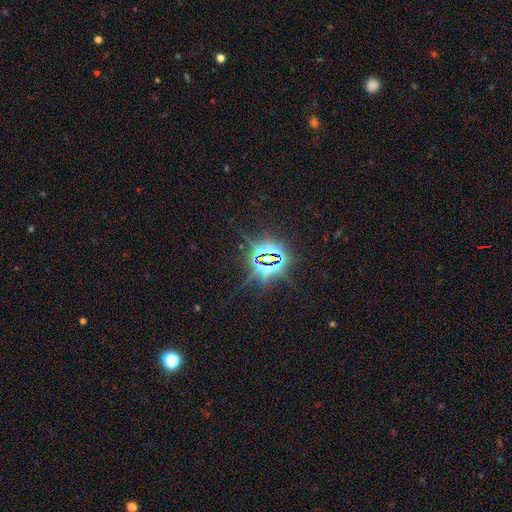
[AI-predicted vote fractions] smooth-or-featured: star or artifact: 86% | smooth: 7% | featured or disk: 7%